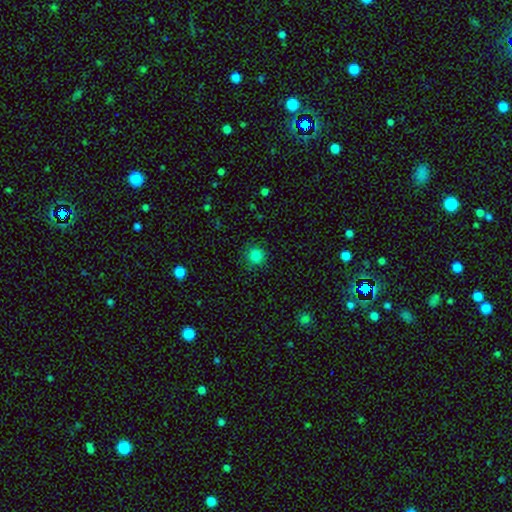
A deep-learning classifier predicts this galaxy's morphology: smooth_or_featured: smooth (p=0.84) [alt: star or artifact p=0.12]
how_rounded: round (p=0.92) [alt: in between p=0.07]
merging: none (p=0.89) [alt: minor disturbance p=0.07]